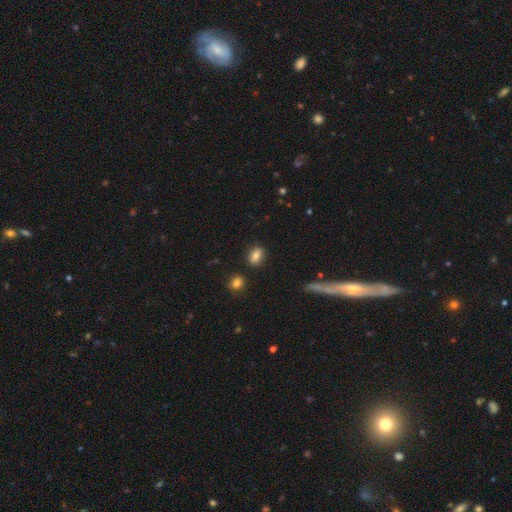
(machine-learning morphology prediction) type=smooth (80%); roundness=in between (73%); merging=none (83%).